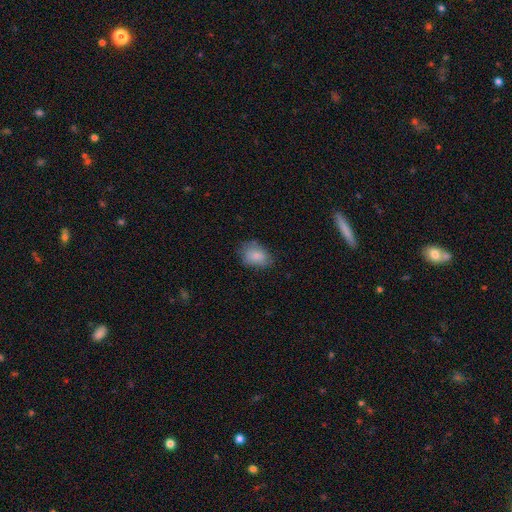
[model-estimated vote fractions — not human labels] Smooth or featured? smooth (84%)
How rounded? in between (76%)
Merging? none (66%)